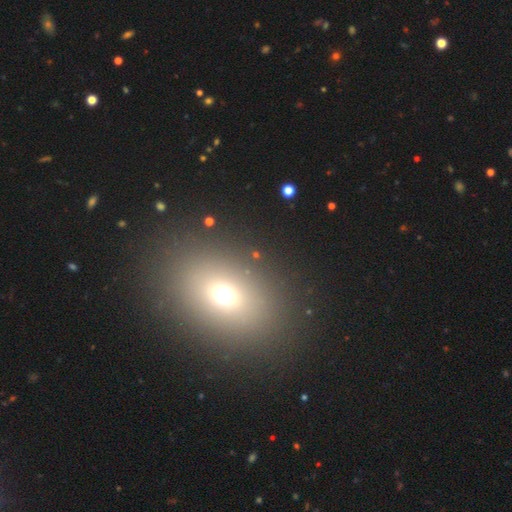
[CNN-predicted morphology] This appears to be a smooth galaxy with no disk features (63%) that is in between round and cigar-shaped (61%). Merging: none (85%).